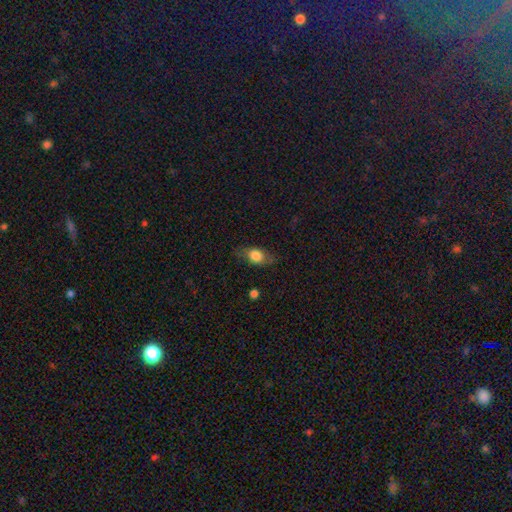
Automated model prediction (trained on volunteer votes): smooth_or_featured: smooth (p=0.71) [alt: featured or disk p=0.21]
how_rounded: in between (p=0.73) [alt: round p=0.19]
merging: none (p=0.73) [alt: minor disturbance p=0.19]